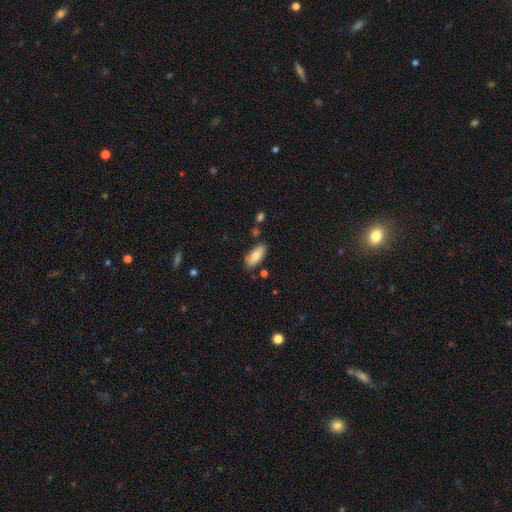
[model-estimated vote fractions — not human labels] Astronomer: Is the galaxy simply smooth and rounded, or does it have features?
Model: smooth — 81%.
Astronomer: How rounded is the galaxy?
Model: in between — 85%.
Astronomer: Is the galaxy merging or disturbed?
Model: none — 78%.